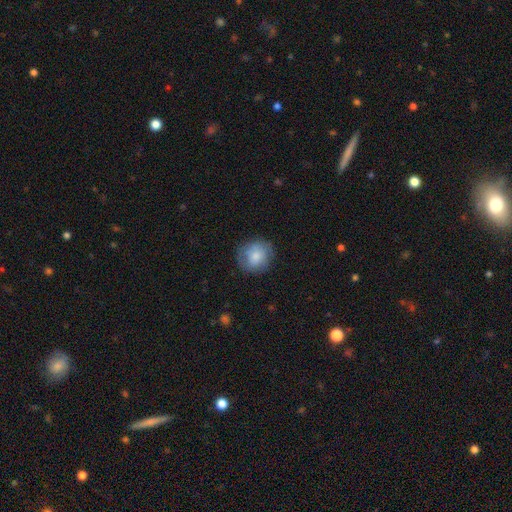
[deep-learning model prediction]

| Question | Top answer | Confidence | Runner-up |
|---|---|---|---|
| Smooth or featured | smooth | 77% | featured or disk (16%) |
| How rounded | round | 85% | in between (14%) |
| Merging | none | 78% | minor disturbance (16%) |